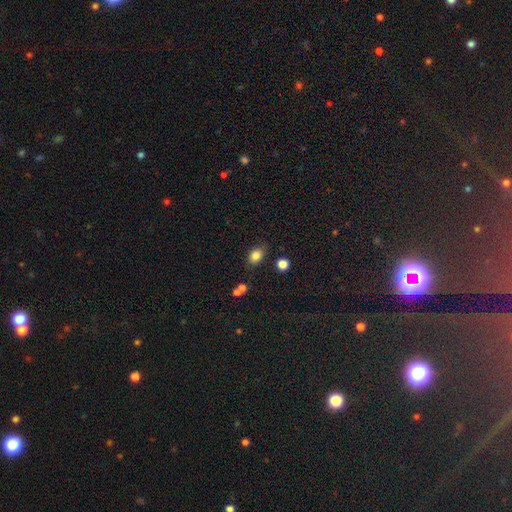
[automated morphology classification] Smooth or featured? smooth (83%)
How rounded? in between (64%)
Merging? none (77%)